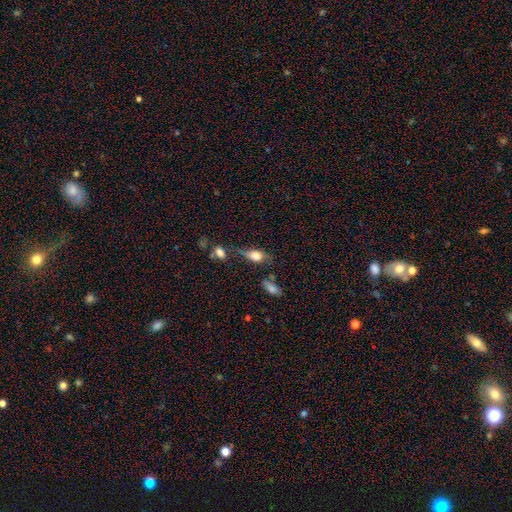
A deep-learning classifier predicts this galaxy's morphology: Overall: smooth (59%; featured or disk 31%). How rounded: in between (75%). Merging: none (46%; minor disturbance 28%).